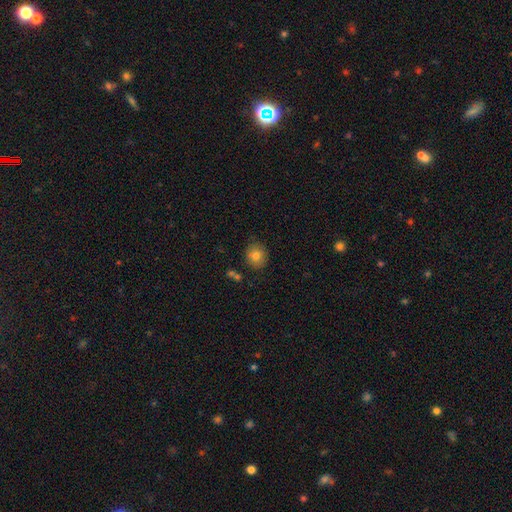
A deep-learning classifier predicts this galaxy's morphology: Smooth or featured?
  - smooth: 81% *
  - star or artifact: 10%
  - featured or disk: 10%
How rounded?
  - round: 77% *
  - in between: 22%
  - cigar-shaped: 1%
Merging?
  - none: 81% *
  - minor disturbance: 13%
  - merger: 4%
  - major disturbance: 3%